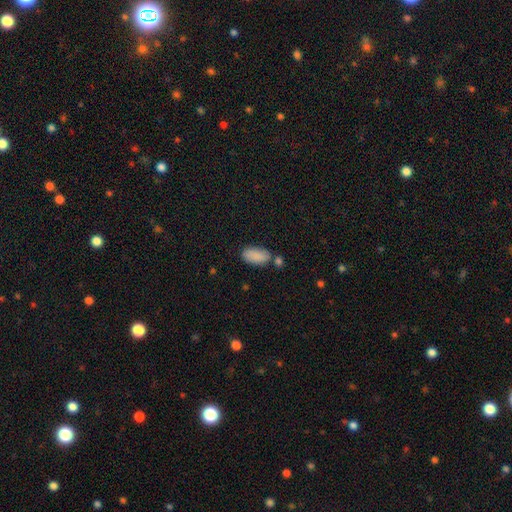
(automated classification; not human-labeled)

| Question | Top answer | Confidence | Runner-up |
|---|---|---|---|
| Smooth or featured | smooth | 88% | star or artifact (7%) |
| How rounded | in between | 93% | cigar-shaped (5%) |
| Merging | none | 64% | minor disturbance (17%) |